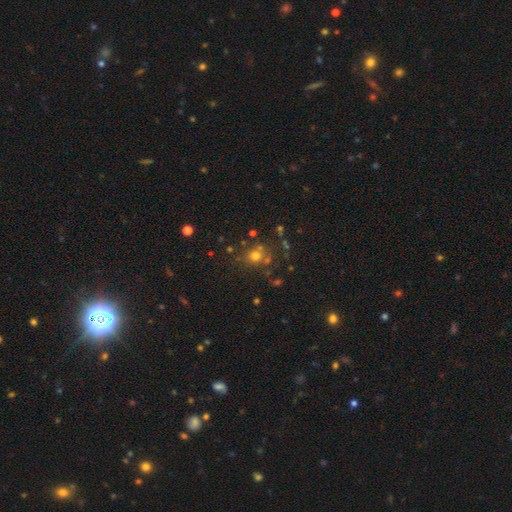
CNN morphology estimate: Smooth or featured? smooth (66%)
How rounded? round (84%)
Merging? none (68%)